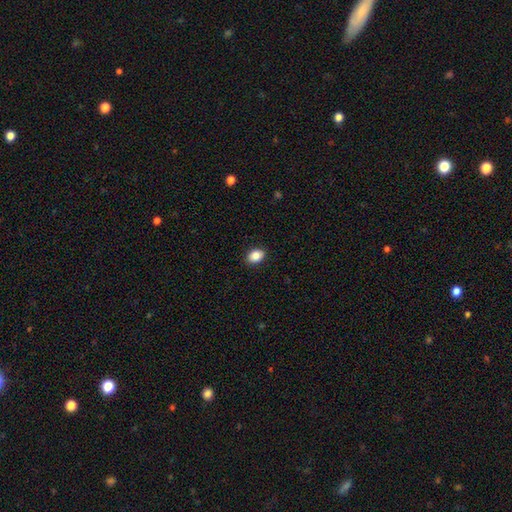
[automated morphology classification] smooth_or_featured: smooth (p=0.87) [alt: star or artifact p=0.08]
how_rounded: in between (p=0.77) [alt: round p=0.22]
merging: none (p=0.90) [alt: minor disturbance p=0.07]